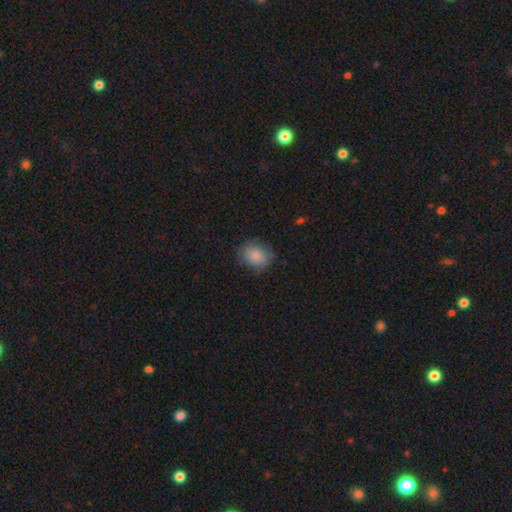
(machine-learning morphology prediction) type=smooth (83%); roundness=round (60%); merging=none (72%).